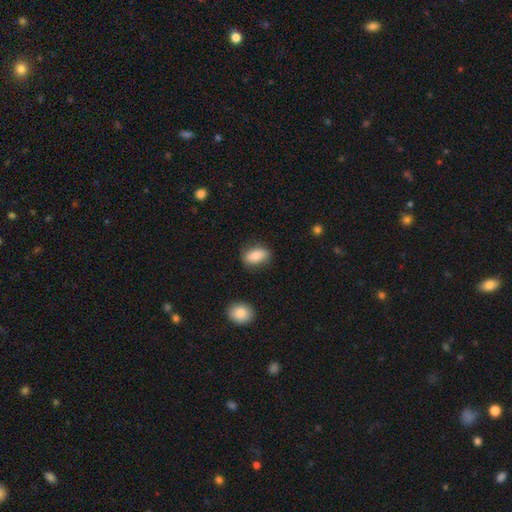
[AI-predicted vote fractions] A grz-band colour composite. It shows a smooth galaxy with no disk features (83%) that is in between round and cigar-shaped (88%). Merging: none (81%).